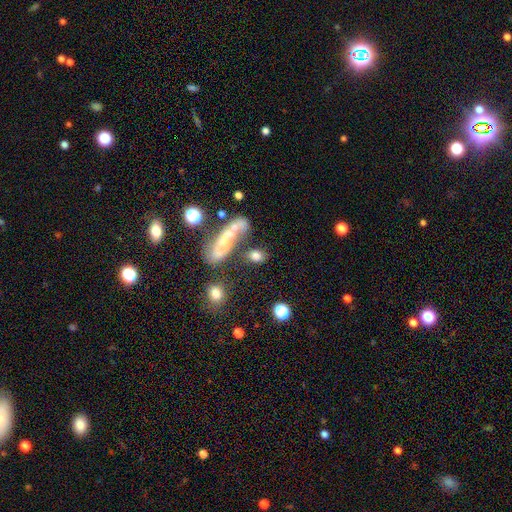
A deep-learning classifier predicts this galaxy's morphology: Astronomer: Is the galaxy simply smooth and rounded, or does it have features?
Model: smooth — 68%.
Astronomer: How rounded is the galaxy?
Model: in between — 63%.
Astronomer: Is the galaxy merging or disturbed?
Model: none — 51%.